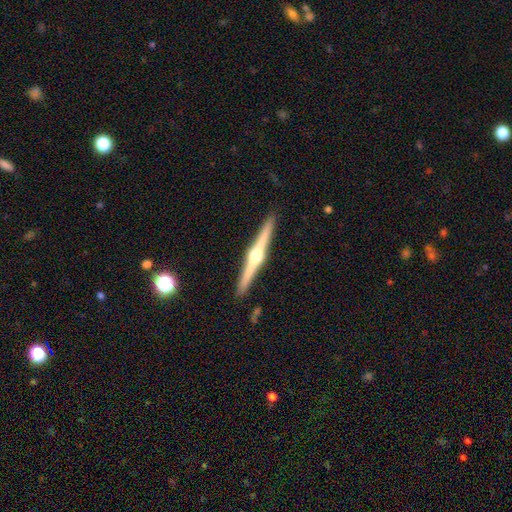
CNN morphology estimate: smooth_or_featured: featured or disk (p=0.82) [alt: smooth p=0.14]
disk_edge_on: yes (p=0.99) [alt: no p=0.01]
edge_on_bulge: rounded (p=0.95) [alt: boxy p=0.03]
merging: none (p=0.92) [alt: minor disturbance p=0.05]